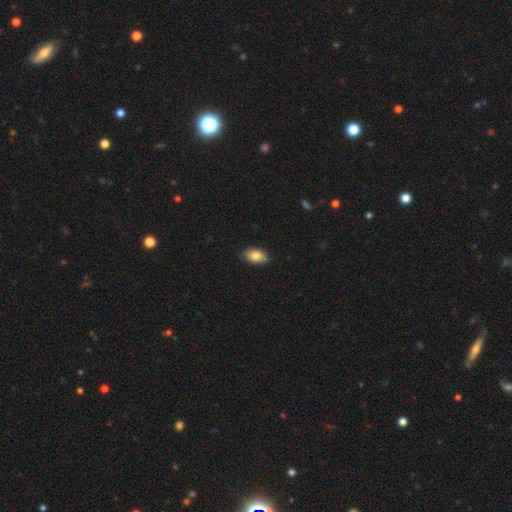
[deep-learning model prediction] Q: Smooth or featured?
A: smooth (83%); runner-up: featured or disk (10%)
Q: How rounded?
A: in between (92%); runner-up: round (5%)
Q: Merging?
A: none (86%); runner-up: minor disturbance (11%)